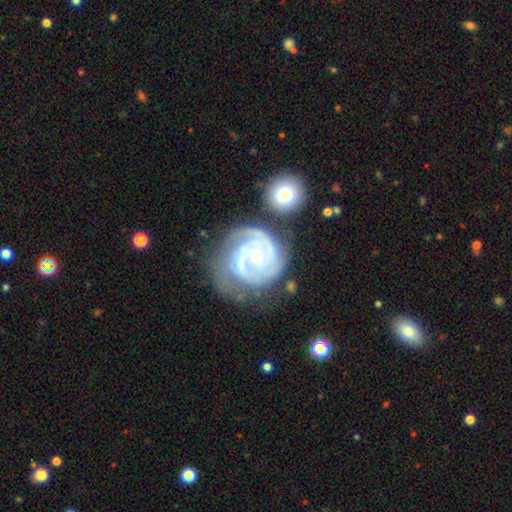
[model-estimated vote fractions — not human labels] featured or disk 87%, smooth 7%, star or artifact 5%. Down the decision tree: edge-on disk — no (98%); bar — no (71%); spiral arms — yes (96%); spiral arm count — 3 (31%); spiral winding — tight (69%); bulge size — small (62%); merging — none (47%).